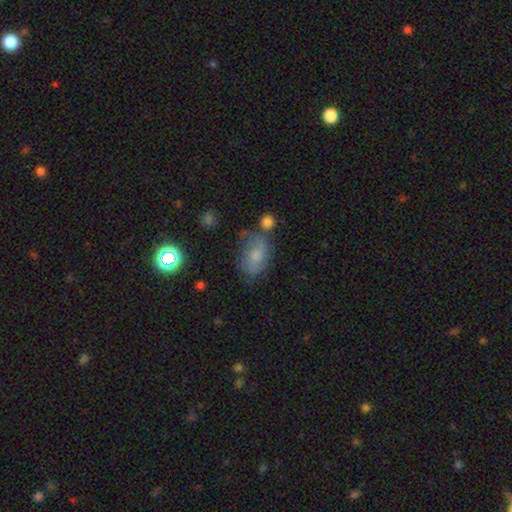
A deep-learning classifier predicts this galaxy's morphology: Smooth or featured? smooth (47%)
Merging? none (51%)